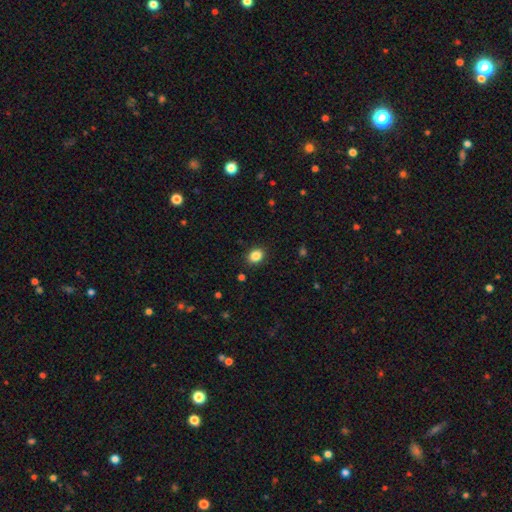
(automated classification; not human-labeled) smooth_or_featured: smooth (p=0.86) [alt: star or artifact p=0.10]
how_rounded: in between (p=0.57) [alt: round p=0.42]
merging: none (p=0.89) [alt: minor disturbance p=0.08]